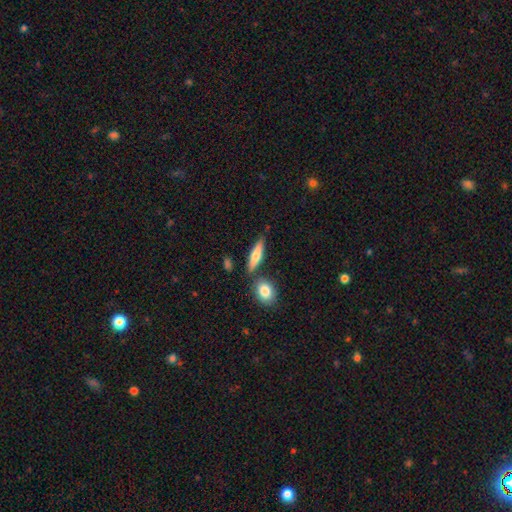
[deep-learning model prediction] Smooth or featured?
  - smooth: 63% *
  - featured or disk: 30%
  - star or artifact: 6%
How rounded?
  - cigar-shaped: 63% *
  - in between: 33%
  - round: 4%
Merging?
  - none: 72% *
  - merger: 12%
  - minor disturbance: 12%
  - major disturbance: 3%